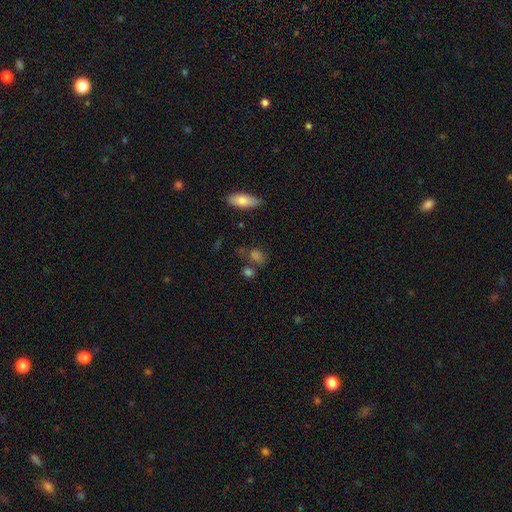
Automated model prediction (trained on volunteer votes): smooth-or-featured: smooth: 66% | star or artifact: 20% | featured or disk: 13%
  how-rounded: in between: 55% | round: 39% | cigar-shaped: 5%
  merging: none: 60% | merger: 17% | minor disturbance: 15% | major disturbance: 8%